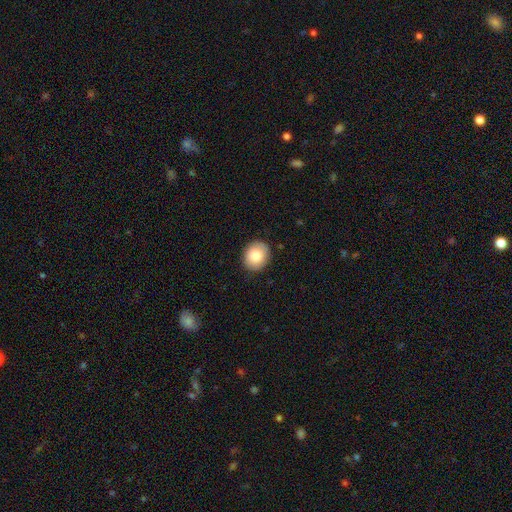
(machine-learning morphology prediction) This is clearly a smooth galaxy (84%). How rounded: likely round (68%). Merging: clearly none (88%).